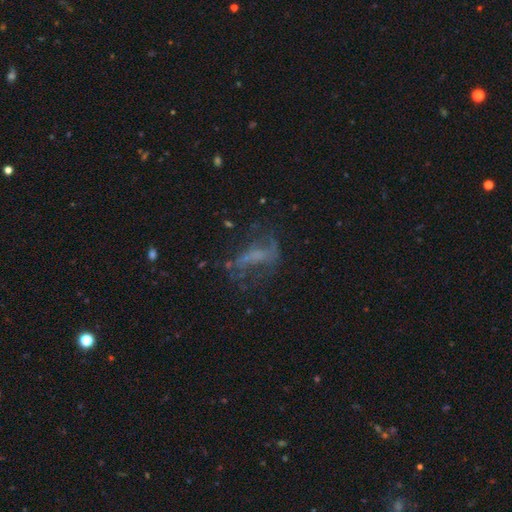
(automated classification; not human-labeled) Smooth or featured? featured or disk (55%)
Edge-on disk? no (92%)
Bar? no (51%)
Spiral arms? no (54%)
Bulge size? none (61%)
Merging? none (47%)